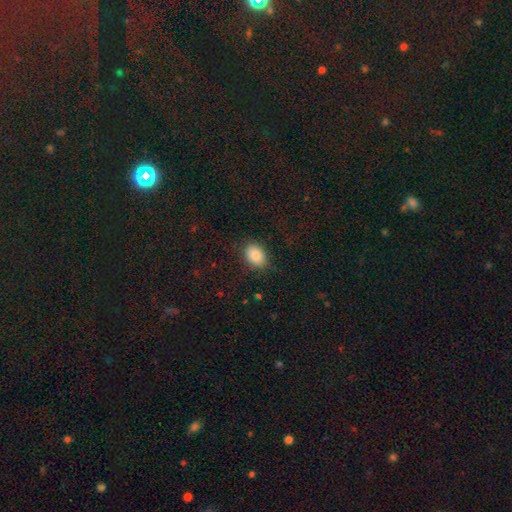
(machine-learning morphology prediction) Smooth or featured?
  - smooth: 87% *
  - star or artifact: 8%
  - featured or disk: 5%
How rounded?
  - in between: 80% *
  - round: 19%
  - cigar-shaped: 1%
Merging?
  - none: 84% *
  - minor disturbance: 12%
  - major disturbance: 3%
  - merger: 1%